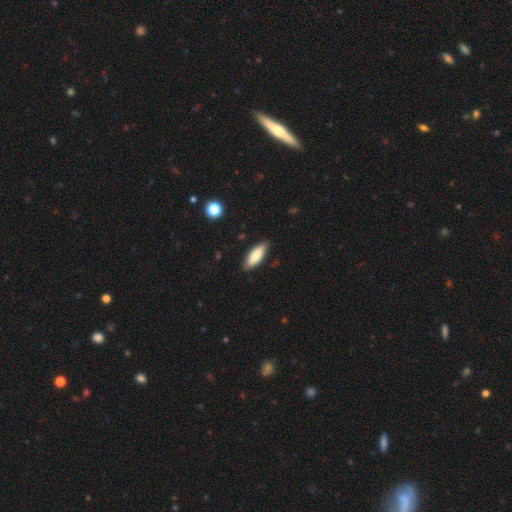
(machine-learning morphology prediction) Smooth or featured? smooth (81%)
How rounded? in between (68%)
Merging? none (85%)